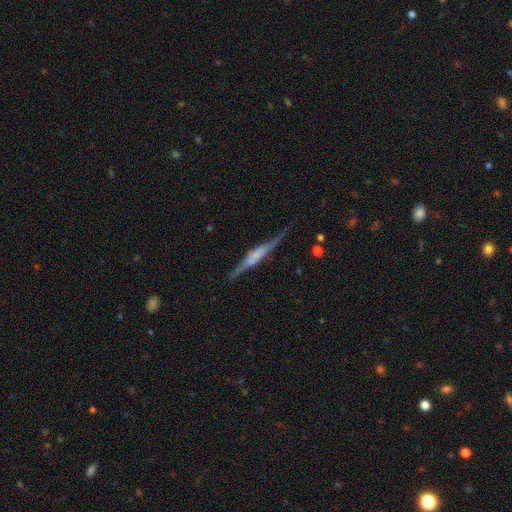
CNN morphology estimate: Smooth or featured: featured or disk — 72% (smooth — 21%)
Edge-on disk: yes — 95% (no — 5%)
Edge-on bulge: boxy — 51% (rounded — 29%)
Merging: none — 74% (minor disturbance — 18%)